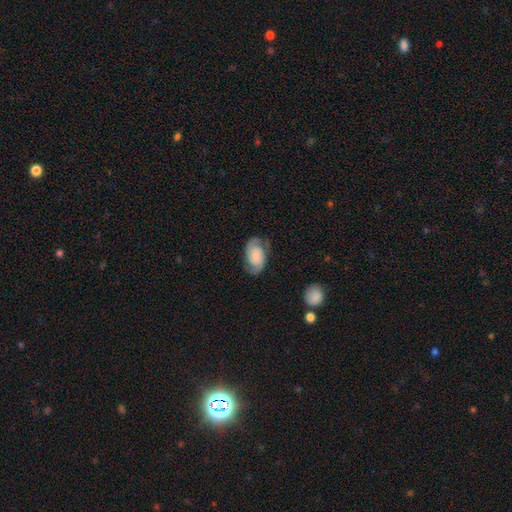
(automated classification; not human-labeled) Smooth or featured?
  - featured or disk: 71% *
  - smooth: 22%
  - star or artifact: 7%
Edge-on disk?
  - no: 97% *
  - yes: 3%
Bar?
  - no: 66% *
  - weak: 27%
  - strong: 7%
Spiral arms?
  - yes: 94% *
  - no: 6%
Spiral winding?
  - medium: 45% *
  - tight: 39%
  - loose: 16%
Spiral arm count?
  - 2: 90% *
  - can't tell: 5%
  - 1: 2%
  - 3: 1%
  - 4: 1%
  - more than 4: 1%
Bulge size?
  - small: 33% *
  - none: 28%
  - moderate: 20%
  - large: 14%
  - dominant: 5%
Merging?
  - none: 76% *
  - minor disturbance: 16%
  - major disturbance: 6%
  - merger: 1%